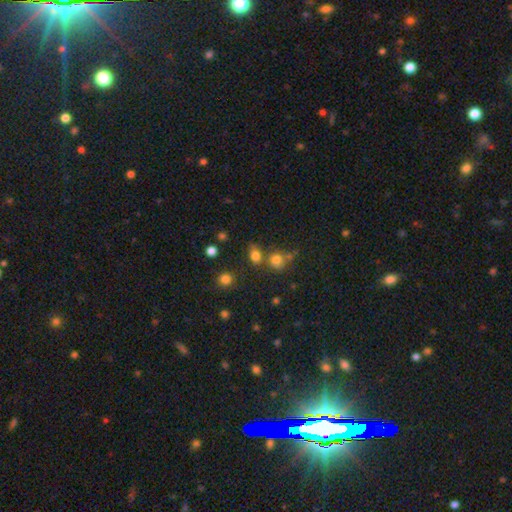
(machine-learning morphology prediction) type=smooth (77%); roundness=in between (50%); merging=none (58%).